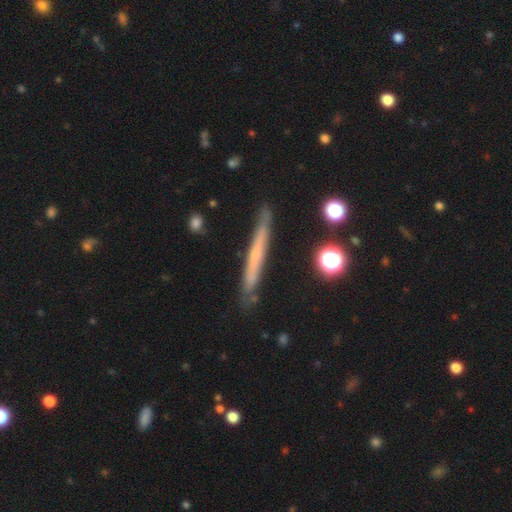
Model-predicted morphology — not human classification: Smooth or featured? featured or disk (51%)
Edge-on disk? yes (93%)
Merging? none (84%)